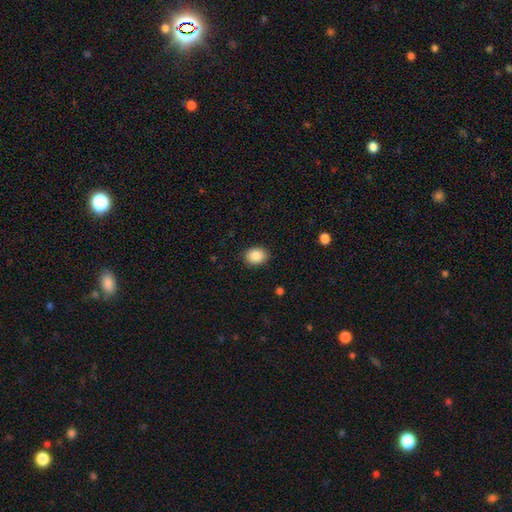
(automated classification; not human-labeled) smooth-or-featured: smooth: 88% | star or artifact: 8% | featured or disk: 4%
  how-rounded: in between: 59% | round: 40% | cigar-shaped: 1%
  merging: none: 89% | minor disturbance: 8% | major disturbance: 2% | merger: 1%